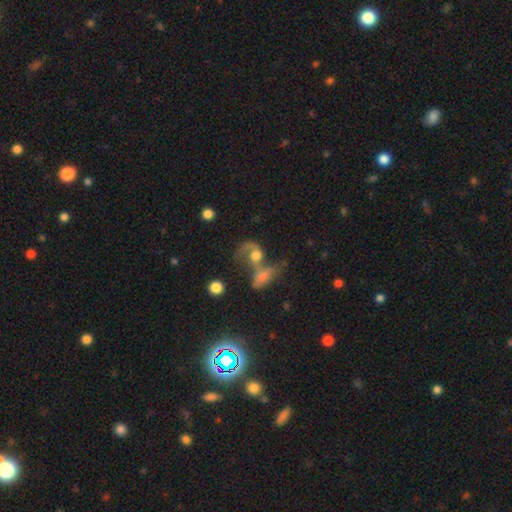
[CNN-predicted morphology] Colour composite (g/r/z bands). It shows a featured or disk galaxy (59%) with no bar (65%), spiral arms (80%) and a moderate central bulge (52%). Merging: merger (64%).